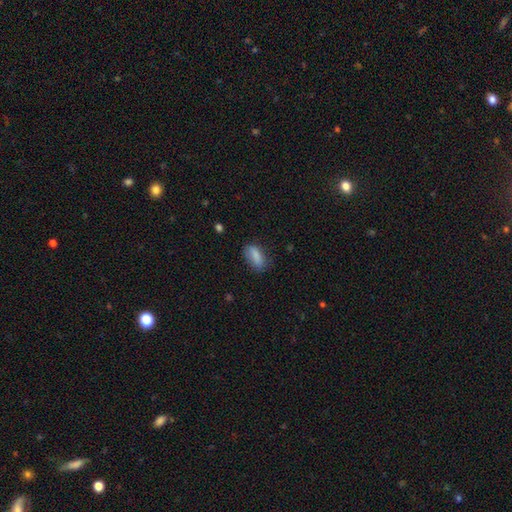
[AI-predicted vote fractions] smooth-or-featured: smooth: 84% | featured or disk: 8% | star or artifact: 8%
  how-rounded: in between: 81% | cigar-shaped: 15% | round: 4%
  merging: none: 69% | minor disturbance: 23% | major disturbance: 6% | merger: 2%